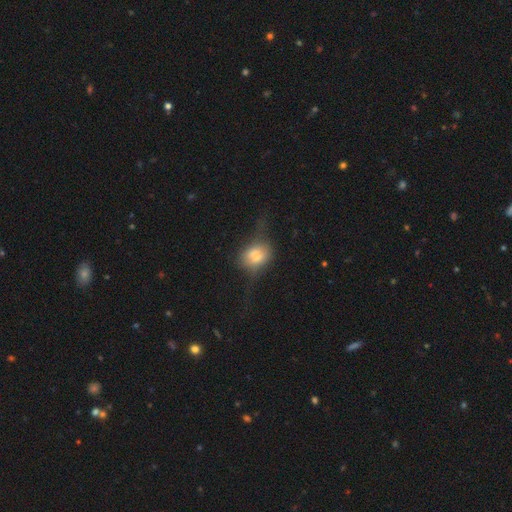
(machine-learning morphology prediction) This appears to be a smooth galaxy with no disk features (56%) that is in between round and cigar-shaped (54%). Merging: none (40%).